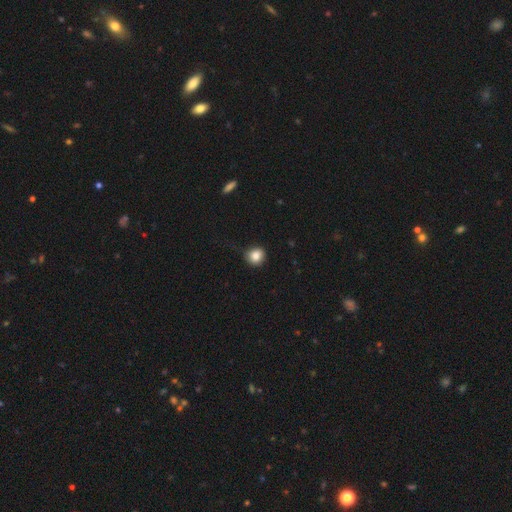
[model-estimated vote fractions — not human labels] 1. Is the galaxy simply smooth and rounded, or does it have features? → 84% smooth, 10% star or artifact, 6% featured or disk.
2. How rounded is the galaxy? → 85% round, 14% in between, 1% cigar-shaped.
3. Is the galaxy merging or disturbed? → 73% none, 21% minor disturbance, 5% major disturbance, 1% merger.